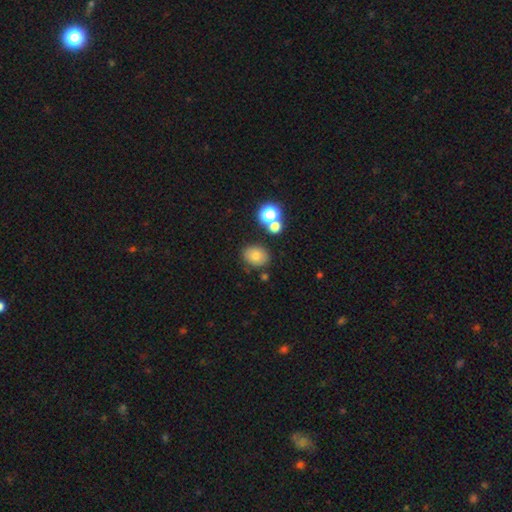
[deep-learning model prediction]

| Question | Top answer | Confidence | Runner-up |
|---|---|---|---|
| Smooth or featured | smooth | 75% | star or artifact (14%) |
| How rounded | in between | 54% | round (46%) |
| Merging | none | 76% | minor disturbance (12%) |